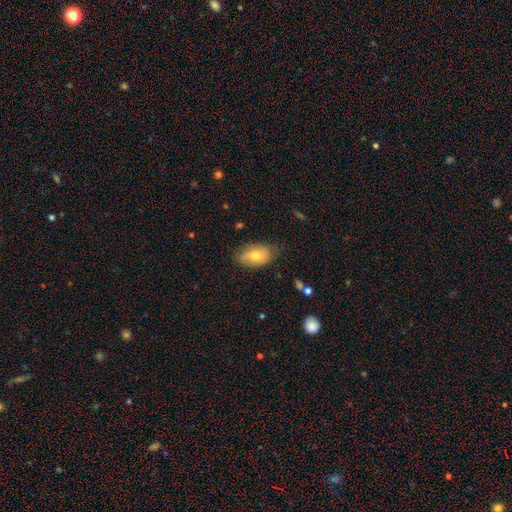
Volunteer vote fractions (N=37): Morphology: type=smooth (92%); roundness=in between (100%); merging=none (75%).